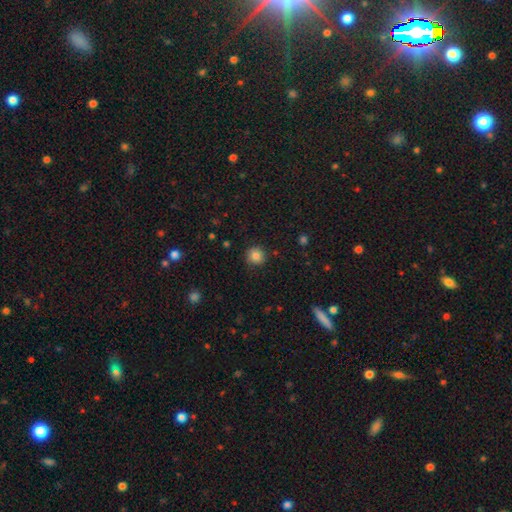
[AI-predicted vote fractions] The model was most divided on "smooth or featured": smooth: 83%, star or artifact: 11%, featured or disk: 6%. More confident: how rounded — round (93%); merging — none (88%).